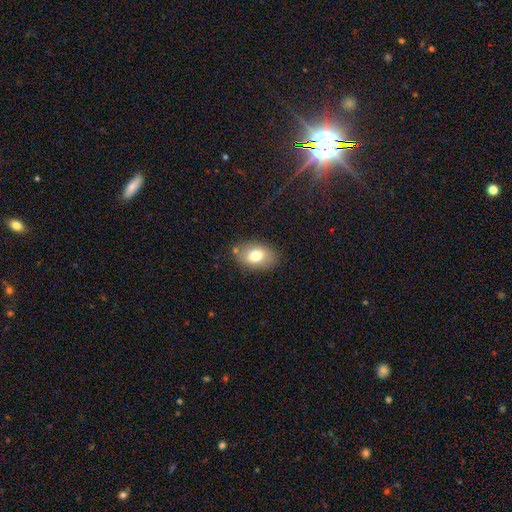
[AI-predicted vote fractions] This is likely a smooth galaxy (74%). How rounded: clearly in between (84%). Merging: likely none (78%).